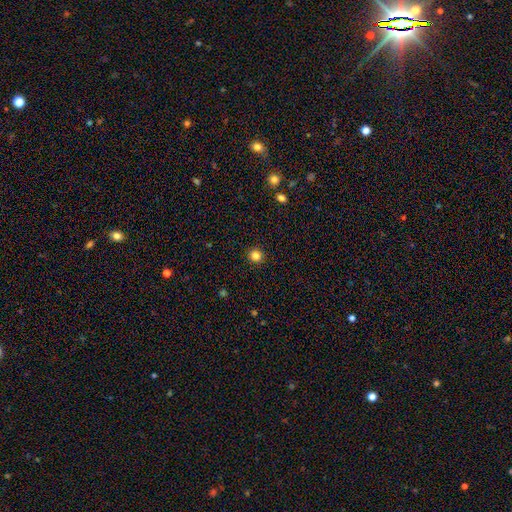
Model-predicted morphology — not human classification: Smooth or featured?
  - smooth: 84% *
  - star or artifact: 13%
  - featured or disk: 4%
How rounded?
  - round: 94% *
  - in between: 5%
  - cigar-shaped: 1%
Merging?
  - none: 93% *
  - minor disturbance: 4%
  - major disturbance: 2%
  - merger: 1%